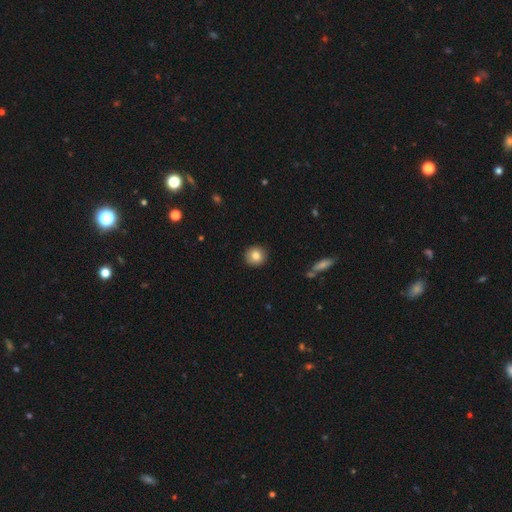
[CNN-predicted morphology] Smooth or featured? Predicted: smooth (p=0.83). How rounded? Predicted: round (p=0.93). Merging? Predicted: none (p=0.91).